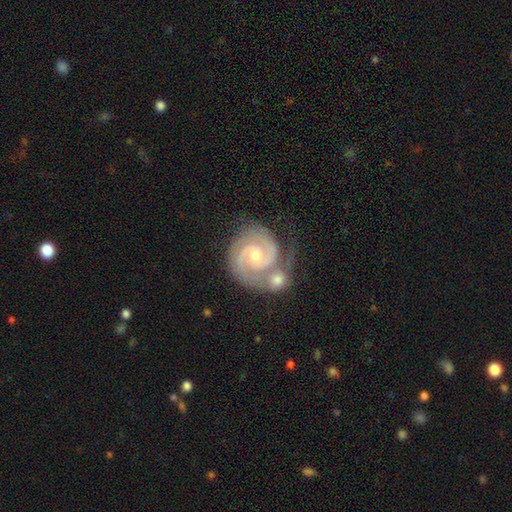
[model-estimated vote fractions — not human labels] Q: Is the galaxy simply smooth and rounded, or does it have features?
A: featured or disk — 91%.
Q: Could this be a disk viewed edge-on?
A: no — 98%.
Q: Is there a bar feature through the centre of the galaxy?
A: no — 52%.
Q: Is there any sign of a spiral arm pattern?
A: yes — 98%.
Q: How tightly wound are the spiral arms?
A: tight — 62%.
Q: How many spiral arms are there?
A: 2 — 79%.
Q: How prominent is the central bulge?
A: moderate — 49%.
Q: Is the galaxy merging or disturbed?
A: none — 41%.